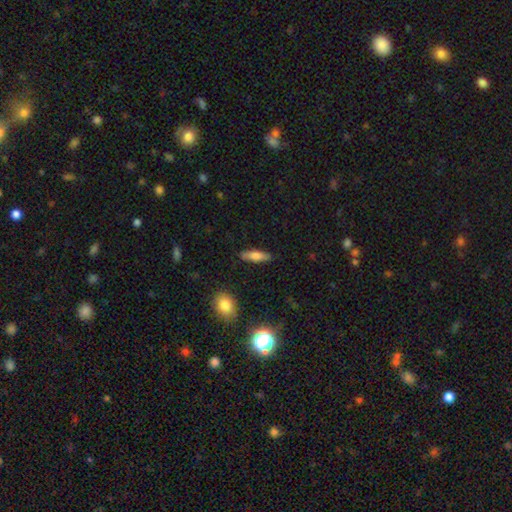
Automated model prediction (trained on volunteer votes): This is likely a smooth galaxy (68%). How rounded: possibly cigar-shaped (54%). Merging: clearly none (86%).